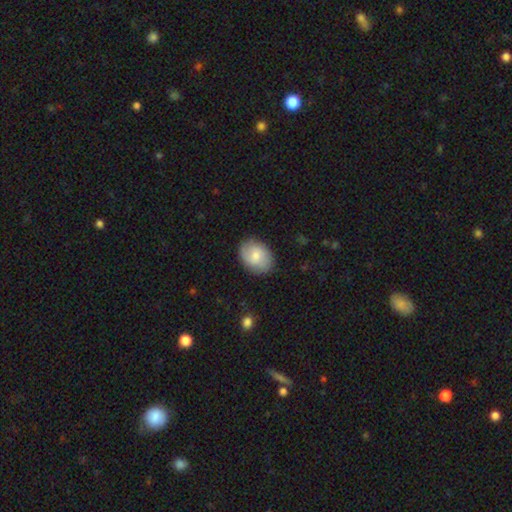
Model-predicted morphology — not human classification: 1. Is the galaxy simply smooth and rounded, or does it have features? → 67% smooth, 27% featured or disk, 7% star or artifact.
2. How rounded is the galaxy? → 68% in between, 31% round, 1% cigar-shaped.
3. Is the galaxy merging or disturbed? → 84% none, 12% minor disturbance, 3% major disturbance, 1% merger.